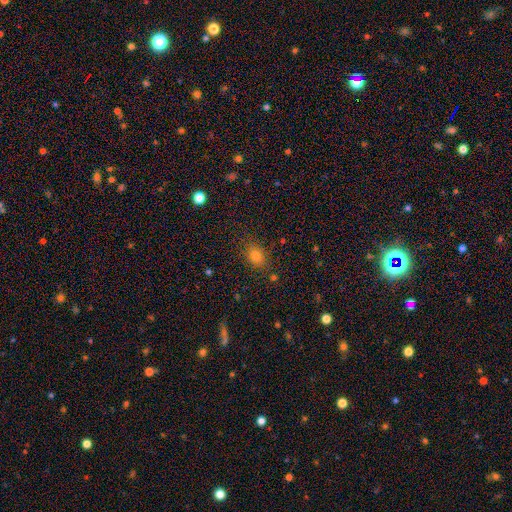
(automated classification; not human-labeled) smooth_or_featured: smooth (p=0.76) [alt: star or artifact p=0.17]
how_rounded: in between (p=0.55) [alt: round p=0.44]
merging: none (p=0.84) [alt: minor disturbance p=0.10]